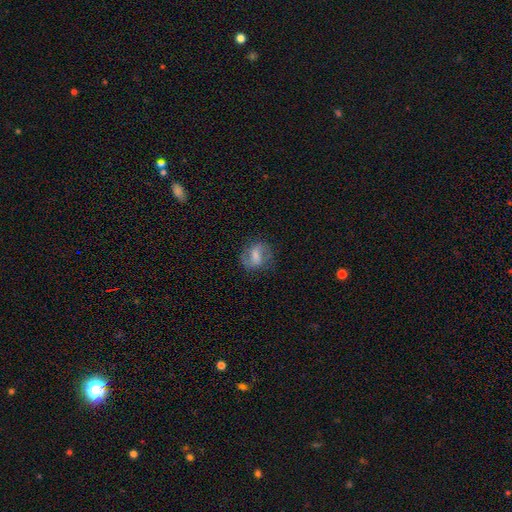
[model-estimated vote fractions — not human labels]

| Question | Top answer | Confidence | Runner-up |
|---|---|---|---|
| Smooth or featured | featured or disk | 55% | smooth (36%) |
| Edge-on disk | no | 96% | yes (4%) |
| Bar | weak | 43% | strong (39%) |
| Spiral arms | yes | 79% | no (21%) |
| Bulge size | moderate | 33% | small (29%) |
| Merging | none | 72% | minor disturbance (17%) |